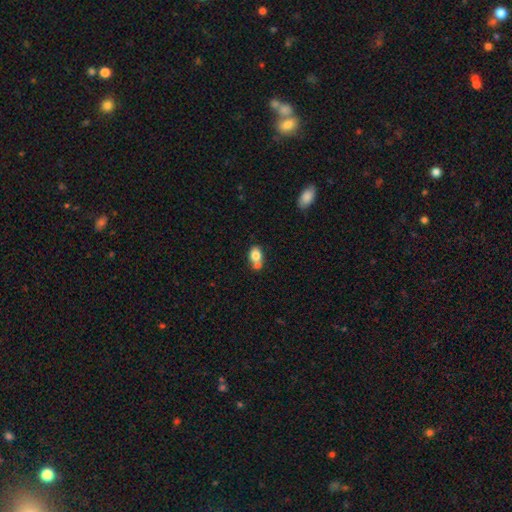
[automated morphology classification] Smooth or featured: smooth — 78% (featured or disk — 13%)
How rounded: in between — 71% (round — 27%)
Merging: none — 39% (merger — 38%)